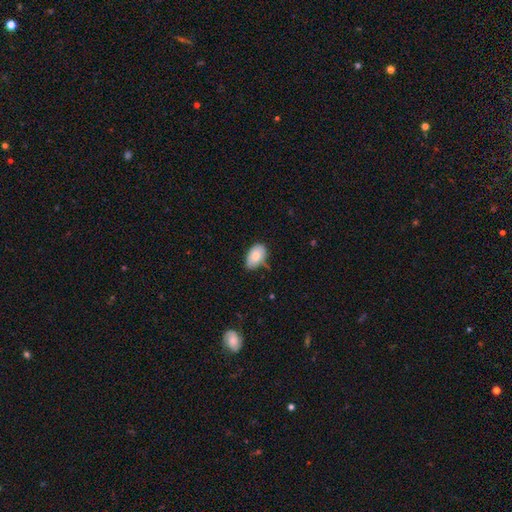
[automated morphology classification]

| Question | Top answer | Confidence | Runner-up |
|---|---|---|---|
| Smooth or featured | smooth | 78% | featured or disk (15%) |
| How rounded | in between | 91% | round (8%) |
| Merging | none | 62% | minor disturbance (29%) |